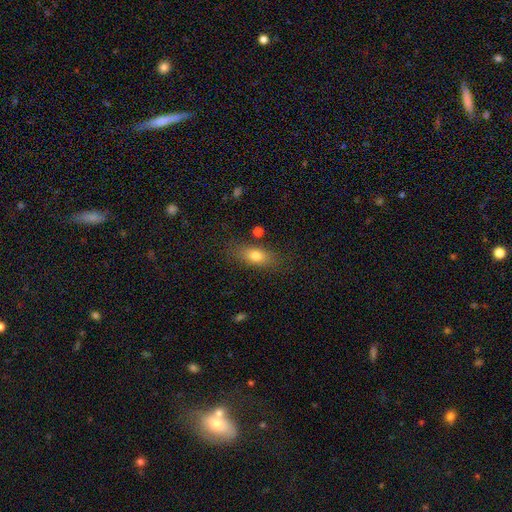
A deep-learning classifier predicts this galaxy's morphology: Smooth or featured: smooth — 75% (featured or disk — 15%)
How rounded: in between — 74% (cigar-shaped — 19%)
Merging: none — 78% (minor disturbance — 14%)